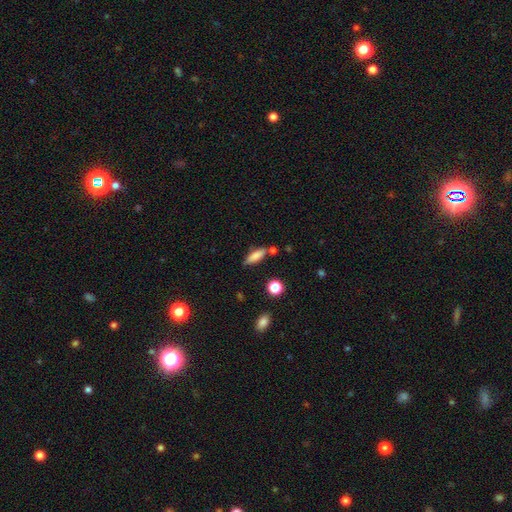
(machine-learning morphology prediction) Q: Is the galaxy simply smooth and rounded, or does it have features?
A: smooth — 79%.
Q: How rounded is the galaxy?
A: in between — 53%.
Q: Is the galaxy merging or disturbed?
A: none — 71%.